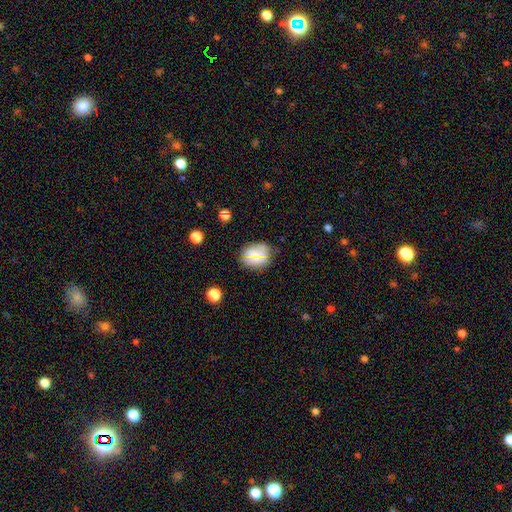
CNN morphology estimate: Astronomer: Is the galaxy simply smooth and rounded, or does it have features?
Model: smooth — 69%.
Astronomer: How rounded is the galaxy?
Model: round — 57% (runner-up: in between, 41%).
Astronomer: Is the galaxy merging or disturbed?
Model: none — 74%.